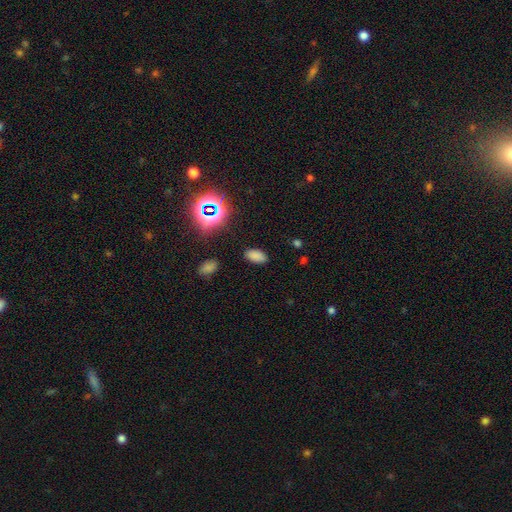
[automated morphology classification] Q: Smooth or featured?
A: smooth (75%); runner-up: star or artifact (20%)
Q: How rounded?
A: in between (93%); runner-up: round (5%)
Q: Merging?
A: none (86%); runner-up: minor disturbance (10%)